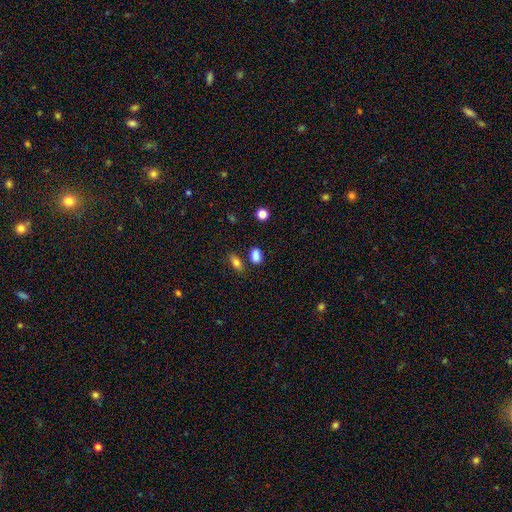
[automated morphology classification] Smooth or featured: smooth — 85% (star or artifact — 10%)
How rounded: in between — 81% (round — 16%)
Merging: none — 75% (minor disturbance — 13%)